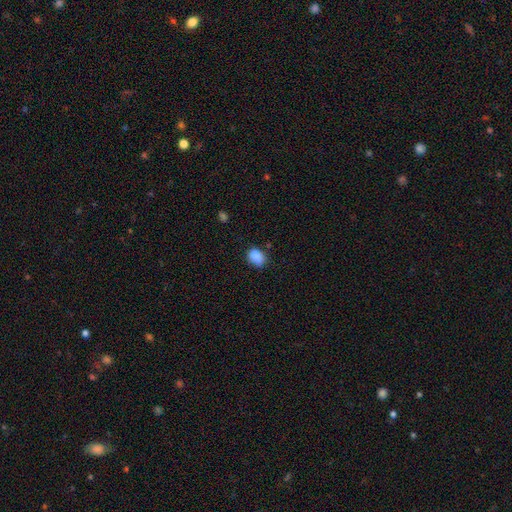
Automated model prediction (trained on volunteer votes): Q: Smooth or featured?
A: smooth (86%); runner-up: star or artifact (9%)
Q: How rounded?
A: in between (66%); runner-up: round (33%)
Q: Merging?
A: none (69%); runner-up: minor disturbance (24%)